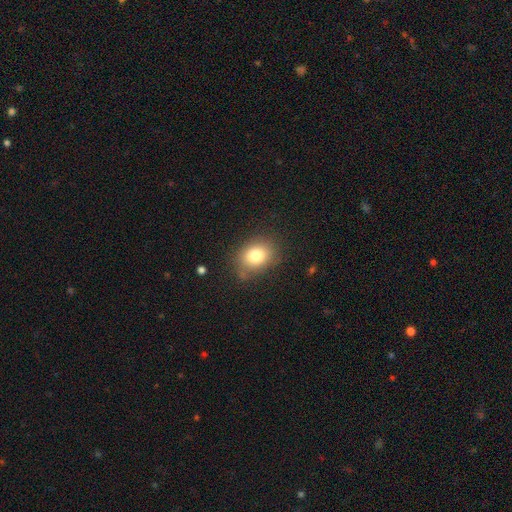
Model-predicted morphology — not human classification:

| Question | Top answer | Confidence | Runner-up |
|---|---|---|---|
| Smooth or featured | smooth | 79% | featured or disk (10%) |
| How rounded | in between | 61% | round (38%) |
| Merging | none | 73% | minor disturbance (19%) |